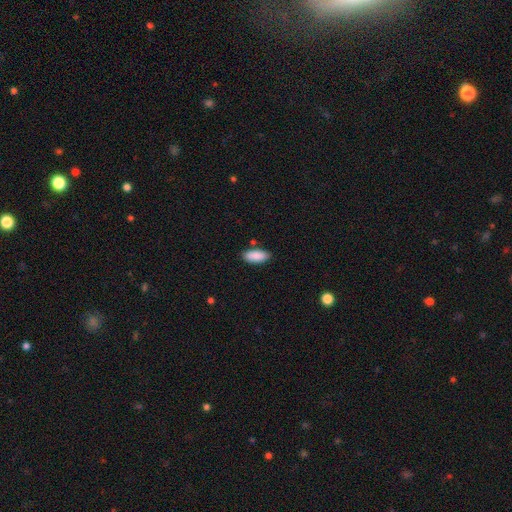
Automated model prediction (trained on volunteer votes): Smooth or featured? smooth (89%)
How rounded? in between (87%)
Merging? none (81%)